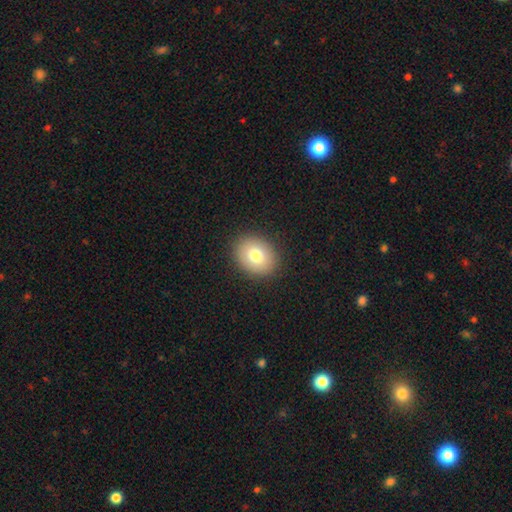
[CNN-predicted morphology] Smooth or featured? smooth (76%)
How rounded? in between (53%)
Merging? none (89%)